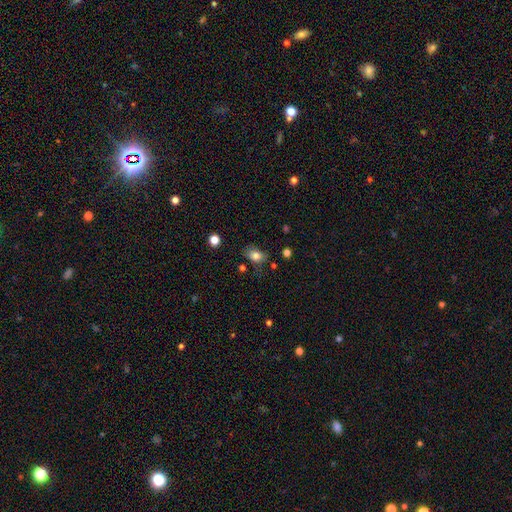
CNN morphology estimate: Smooth or featured? smooth (81%)
How rounded? in between (73%)
Merging? none (67%)